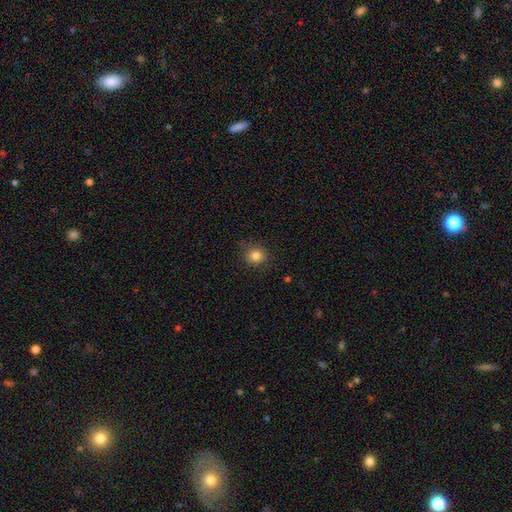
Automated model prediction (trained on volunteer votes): Morphology: type=smooth (83%); roundness=round (86%); merging=none (86%).